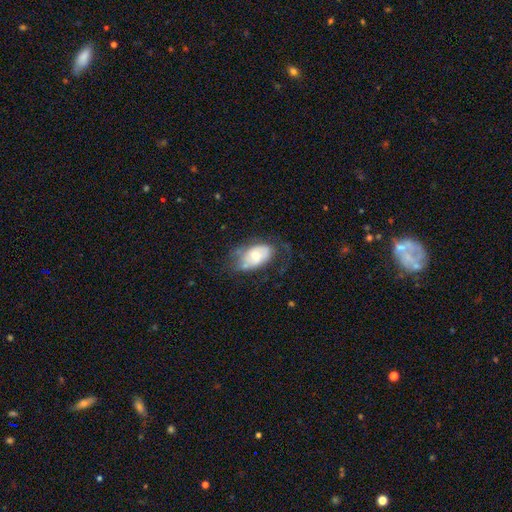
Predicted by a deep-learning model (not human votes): A featured or disk galaxy (47%).

Vote fractions:
- Smooth or featured? featured or disk: 47% / smooth: 46% / star or artifact: 8%
- Merging? none: 43% / minor disturbance: 29% / major disturbance: 26% / merger: 2%